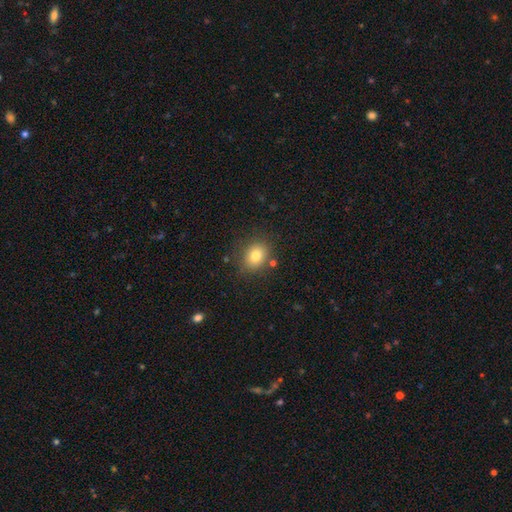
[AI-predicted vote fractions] The model was most divided on "how rounded": round: 56%, in between: 43%, cigar-shaped: 1%. More confident: merging — none (81%); smooth or featured — smooth (79%).